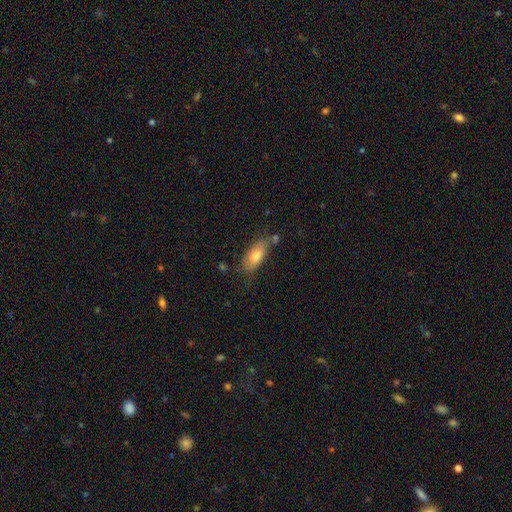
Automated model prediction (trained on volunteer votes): Smooth or featured? smooth (73%)
How rounded? in between (81%)
Merging? none (61%)